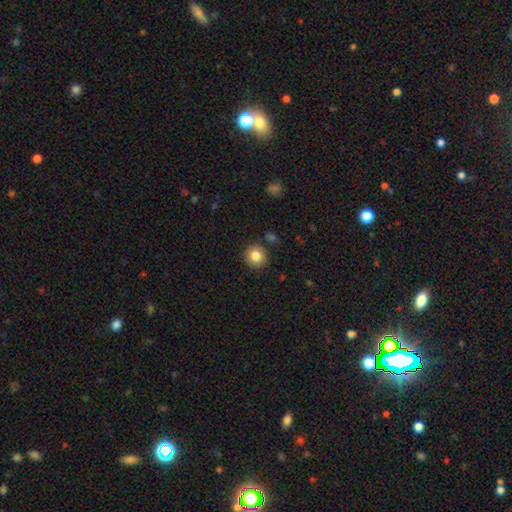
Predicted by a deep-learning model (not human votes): Morphology: type=smooth (84%); roundness=round (90%); merging=none (88%).